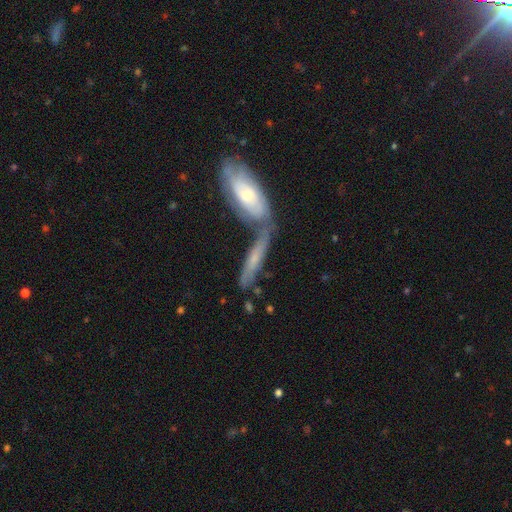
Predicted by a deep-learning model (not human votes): Q: Smooth or featured?
A: featured or disk (53%); runner-up: smooth (40%)
Q: Edge-on disk?
A: yes (51%); runner-up: no (49%)
Q: Merging?
A: merger (43%); runner-up: none (40%)